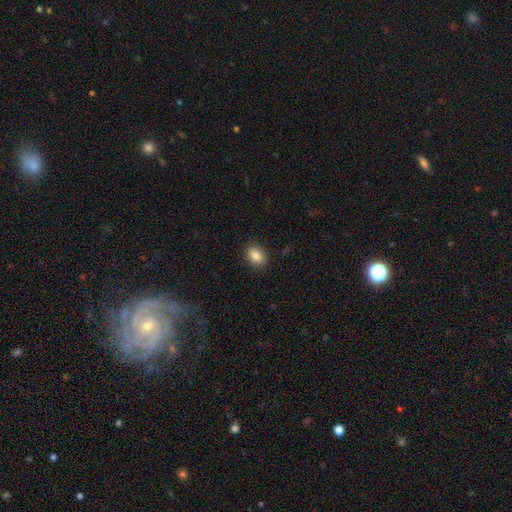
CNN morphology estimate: Smooth or featured?
  - smooth: 85% *
  - star or artifact: 9%
  - featured or disk: 6%
How rounded?
  - in between: 75% *
  - round: 24%
  - cigar-shaped: 1%
Merging?
  - none: 88% *
  - minor disturbance: 8%
  - major disturbance: 2%
  - merger: 1%